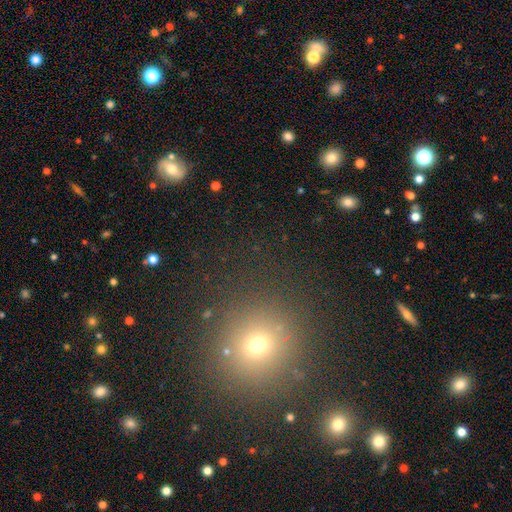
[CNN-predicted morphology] A smooth galaxy with no disk features (51%) that is round (91%).

Vote fractions:
- Smooth or featured? smooth: 51% / star or artifact: 40% / featured or disk: 9%
- How rounded? round: 91% / in between: 8% / cigar-shaped: 1%
- Merging? none: 88% / minor disturbance: 6% / major disturbance: 3% / merger: 2%